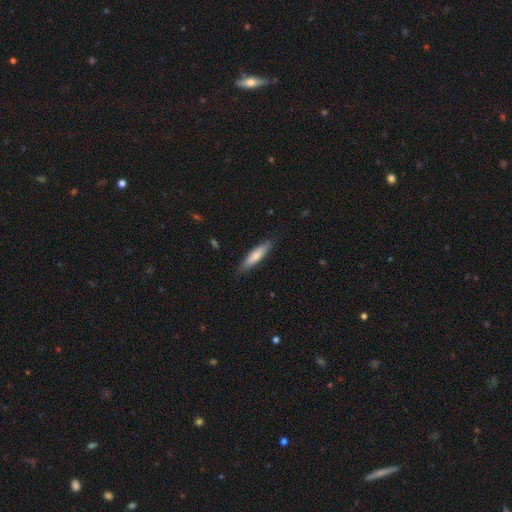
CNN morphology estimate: smooth-or-featured: smooth: 76% | featured or disk: 18% | star or artifact: 5%
  how-rounded: cigar-shaped: 79% | in between: 20% | round: 1%
  merging: none: 83% | minor disturbance: 13% | major disturbance: 2% | merger: 1%